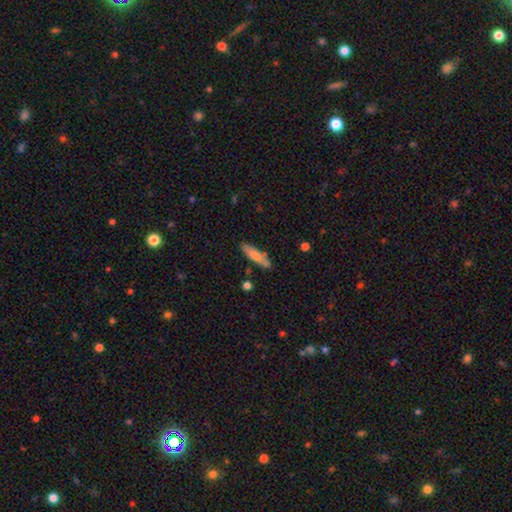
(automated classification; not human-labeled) smooth 72%, featured or disk 22%, star or artifact 6%. Down the decision tree: how rounded — cigar-shaped (75%); merging — none (77%).